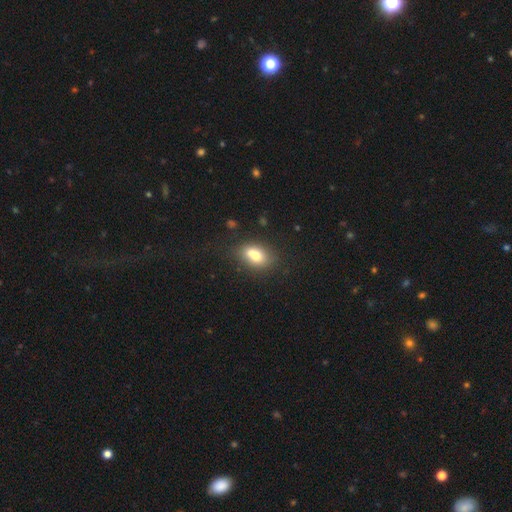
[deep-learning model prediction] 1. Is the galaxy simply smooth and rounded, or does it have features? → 71% smooth, 19% featured or disk, 10% star or artifact.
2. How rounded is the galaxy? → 74% in between, 24% round, 2% cigar-shaped.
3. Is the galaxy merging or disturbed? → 47% none, 31% merger, 16% minor disturbance, 5% major disturbance.